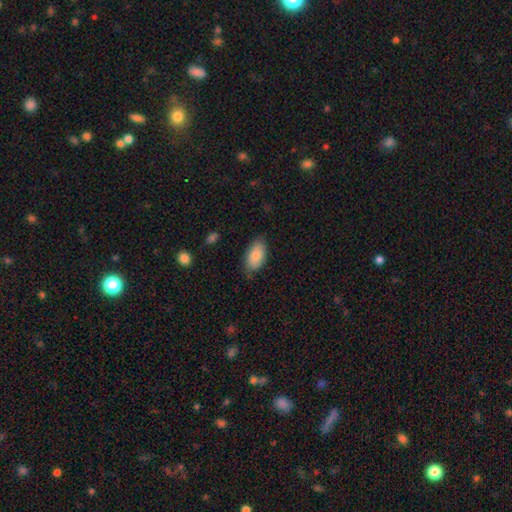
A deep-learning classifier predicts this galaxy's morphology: Overall: smooth (85%). How rounded: in between (94%). Merging: none (79%).